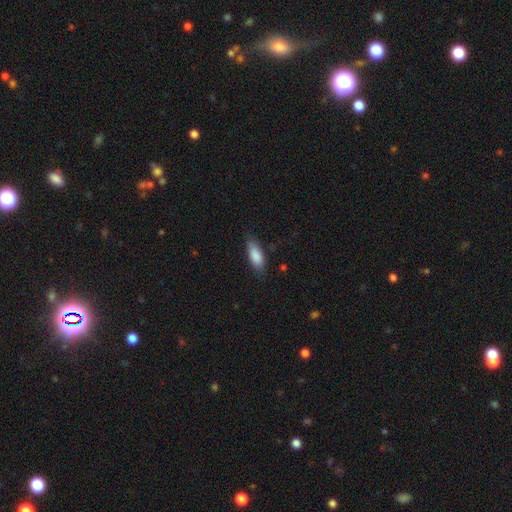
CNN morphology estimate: Smooth or featured?
  - smooth: 85% *
  - featured or disk: 9%
  - star or artifact: 6%
How rounded?
  - in between: 76% *
  - cigar-shaped: 22%
  - round: 2%
Merging?
  - none: 75% *
  - minor disturbance: 20%
  - major disturbance: 4%
  - merger: 1%